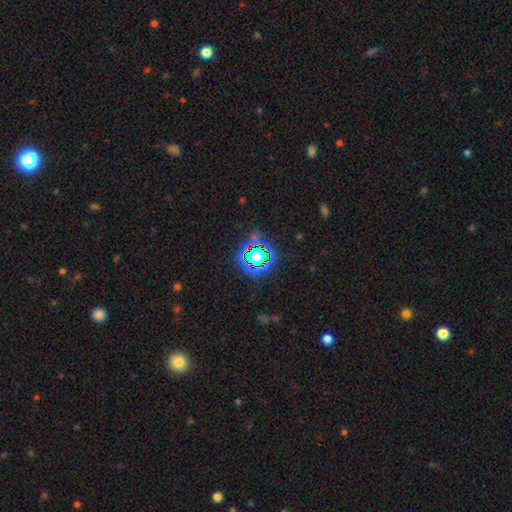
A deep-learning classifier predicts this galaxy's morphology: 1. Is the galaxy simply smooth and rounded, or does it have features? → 75% star or artifact, 16% smooth, 8% featured or disk.